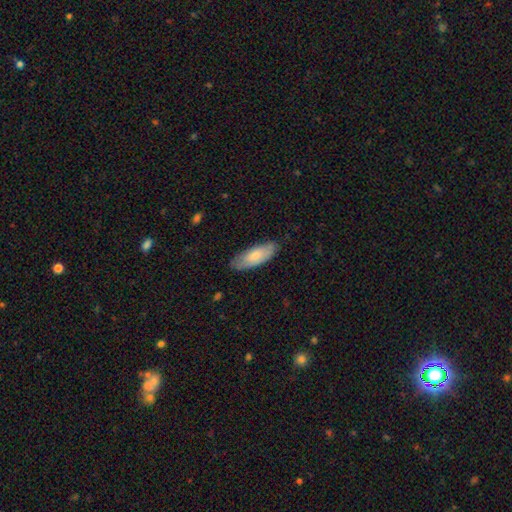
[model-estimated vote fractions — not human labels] smooth_or_featured: smooth (p=0.75) [alt: featured or disk p=0.19]
how_rounded: in between (p=0.76) [alt: cigar-shaped p=0.23]
merging: none (p=0.78) [alt: minor disturbance p=0.18]